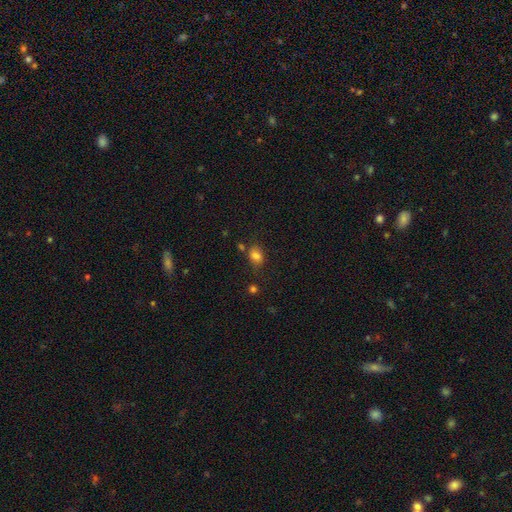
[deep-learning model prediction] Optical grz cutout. It shows a smooth galaxy with no disk features (79%) that is in between round and cigar-shaped (67%). Merging: none (65%).